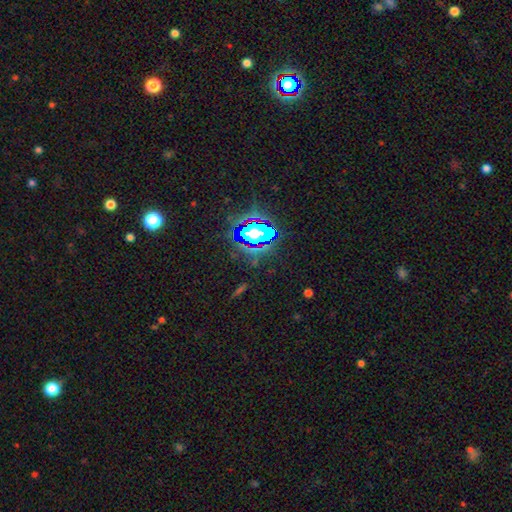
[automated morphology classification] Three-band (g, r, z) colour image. It shows a star or artifact, not a galaxy (77%).